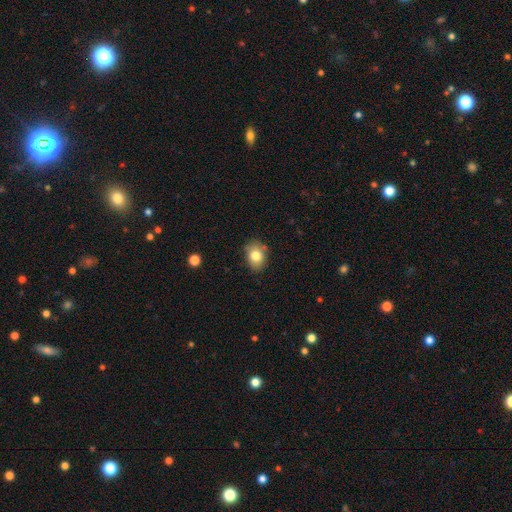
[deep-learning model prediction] Smooth or featured?
  - smooth: 79% *
  - featured or disk: 12%
  - star or artifact: 9%
How rounded?
  - in between: 67% *
  - round: 32%
  - cigar-shaped: 1%
Merging?
  - none: 76% *
  - minor disturbance: 18%
  - major disturbance: 4%
  - merger: 2%